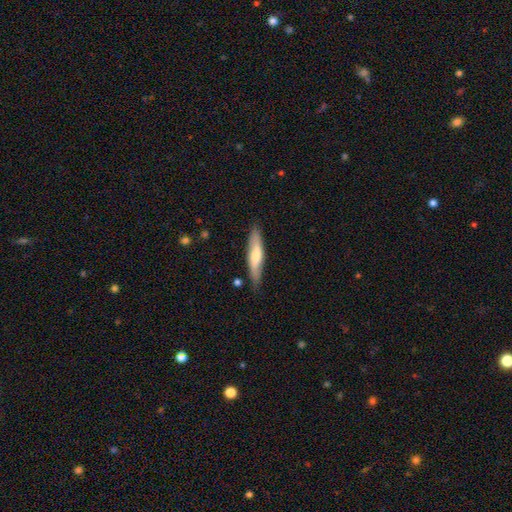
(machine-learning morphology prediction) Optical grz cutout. It shows a smooth galaxy with no disk features (59%) that is cigar-shaped (79%). Merging: none (82%).